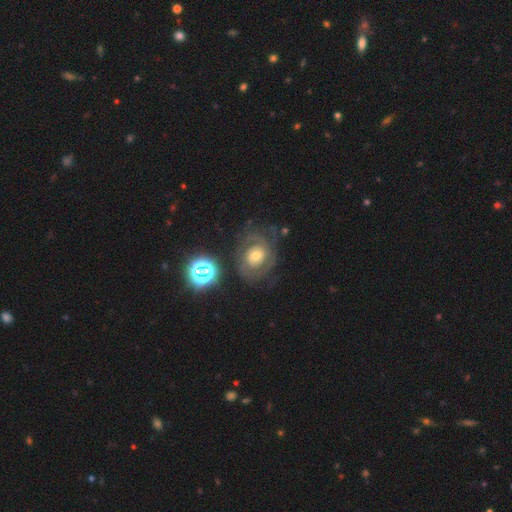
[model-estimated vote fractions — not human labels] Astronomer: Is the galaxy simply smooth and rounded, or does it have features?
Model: featured or disk — 78%.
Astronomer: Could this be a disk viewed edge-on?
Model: no — 97%.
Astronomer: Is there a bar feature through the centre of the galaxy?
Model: no — 66%.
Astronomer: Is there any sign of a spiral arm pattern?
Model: yes — 87%.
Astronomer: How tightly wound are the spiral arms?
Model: tight — 59%.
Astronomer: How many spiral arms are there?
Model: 2 — 37% (runner-up: can't tell, 33%).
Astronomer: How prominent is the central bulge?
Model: moderate — 64%.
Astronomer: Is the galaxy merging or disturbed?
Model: none — 66%.